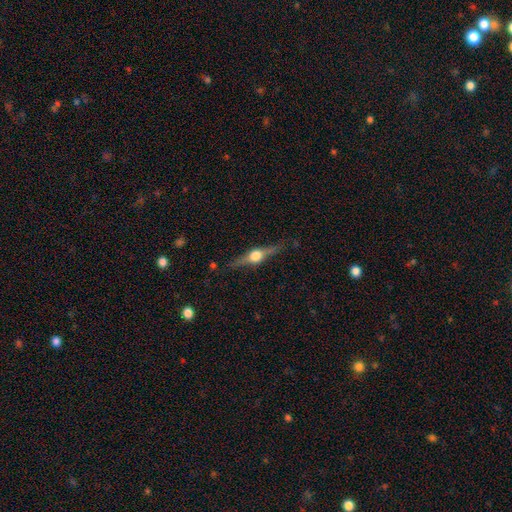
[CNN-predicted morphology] Smooth or featured? featured or disk (77%)
Edge-on disk? yes (97%)
Edge-on bulge? rounded (96%)
Merging? none (85%)